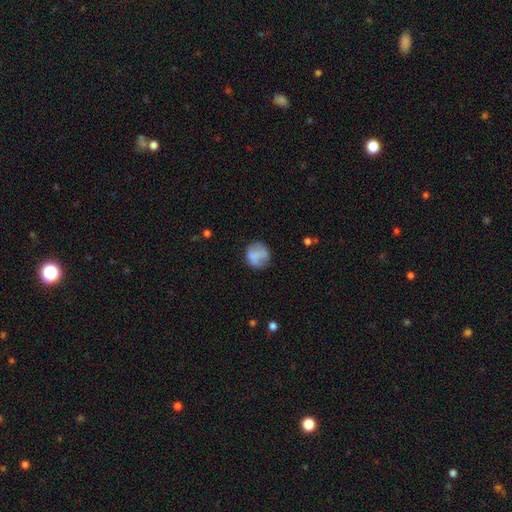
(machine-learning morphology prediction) A smooth galaxy with no disk features (73%) that is round (83%).

Vote fractions:
- Smooth or featured? smooth: 73% / featured or disk: 18% / star or artifact: 8%
- How rounded? round: 83% / in between: 16% / cigar-shaped: 1%
- Merging? none: 68% / minor disturbance: 20% / major disturbance: 8% / merger: 4%